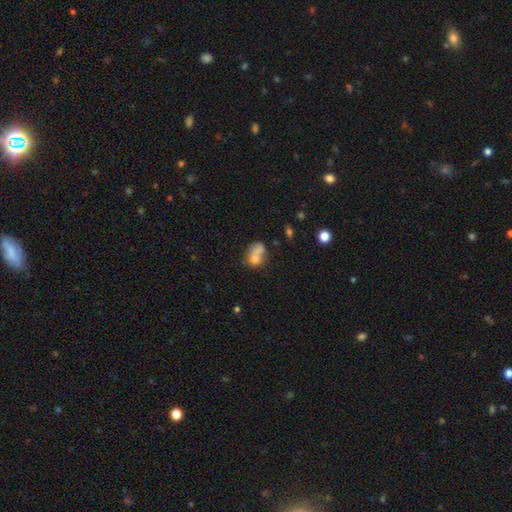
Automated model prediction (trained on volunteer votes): smooth_or_featured: smooth (p=0.67) [alt: featured or disk p=0.21]
how_rounded: in between (p=0.68) [alt: round p=0.30]
merging: merger (p=0.42) [alt: none p=0.27]